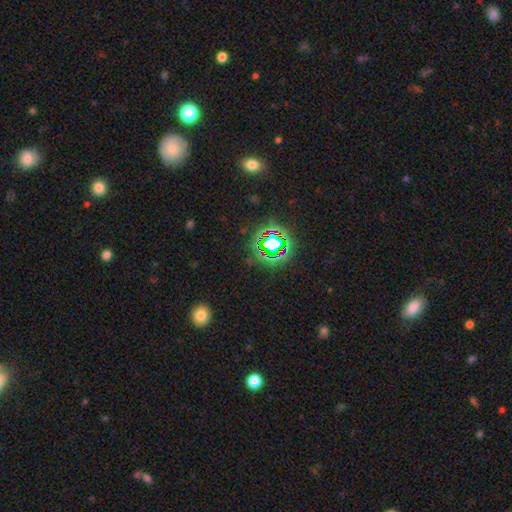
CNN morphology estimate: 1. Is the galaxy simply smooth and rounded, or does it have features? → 75% star or artifact, 14% smooth, 10% featured or disk.